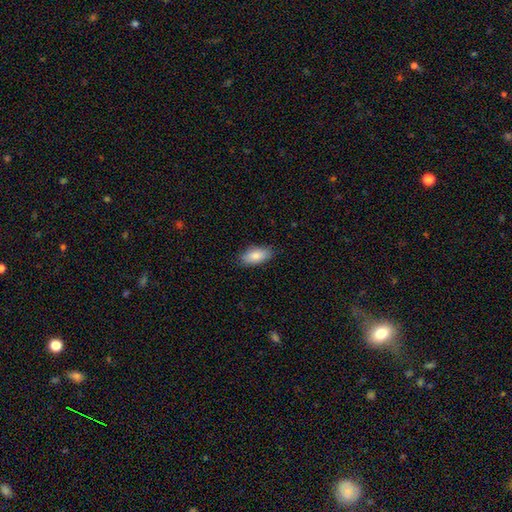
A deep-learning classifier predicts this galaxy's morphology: Overall: smooth (84%). How rounded: in between (89%). Merging: none (86%).